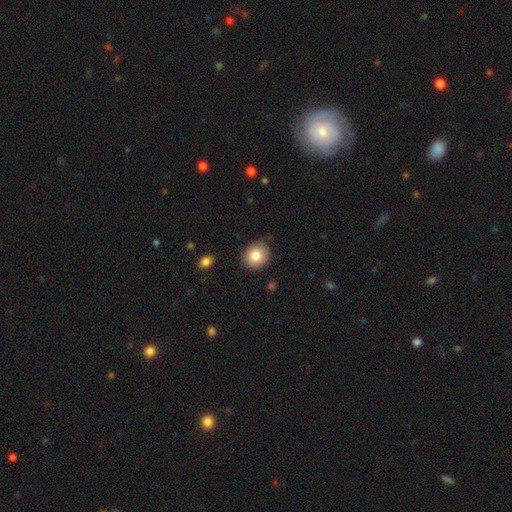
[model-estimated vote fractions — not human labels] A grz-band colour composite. It shows a smooth galaxy with no disk features (83%) that is round (72%). Merging: none (82%).